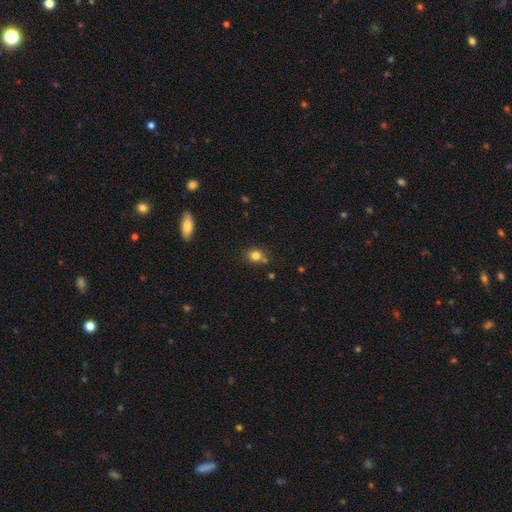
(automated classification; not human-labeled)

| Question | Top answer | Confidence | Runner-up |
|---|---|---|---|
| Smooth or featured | smooth | 81% | star or artifact (12%) |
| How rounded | round | 69% | in between (30%) |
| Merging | none | 71% | minor disturbance (14%) |